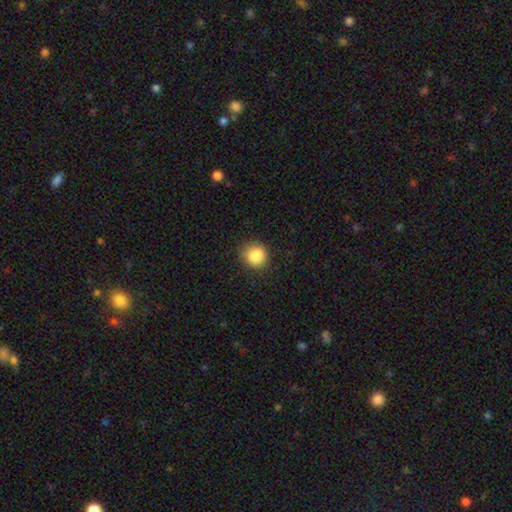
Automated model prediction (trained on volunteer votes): Q: Smooth or featured?
A: smooth (86%); runner-up: star or artifact (10%)
Q: How rounded?
A: round (84%); runner-up: in between (15%)
Q: Merging?
A: none (79%); runner-up: minor disturbance (16%)